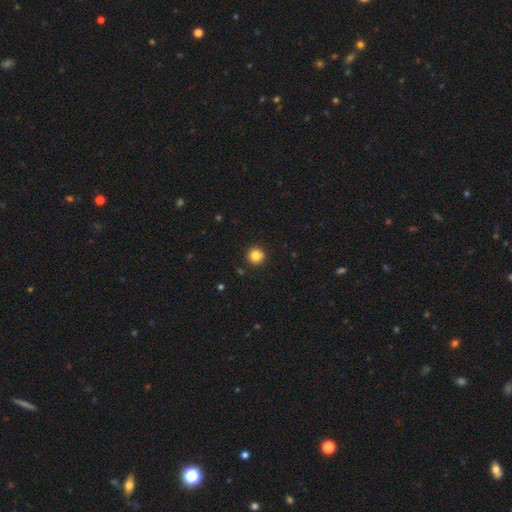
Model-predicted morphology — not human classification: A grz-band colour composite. It shows a smooth galaxy with no disk features (83%) that is round (96%). Merging: none (93%).